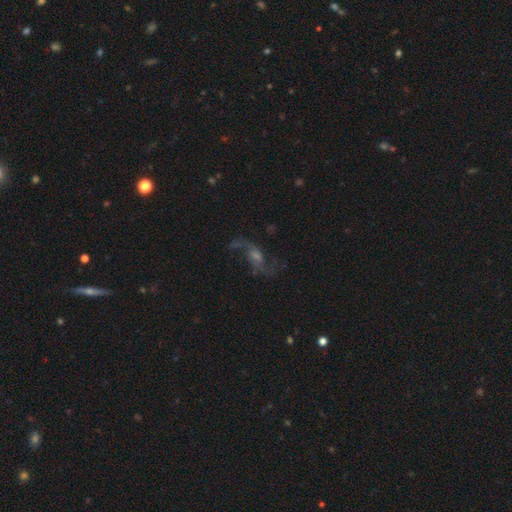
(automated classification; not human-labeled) Smooth or featured: featured or disk — 73% (star or artifact — 15%)
Edge-on disk: no — 93% (yes — 7%)
Bar: no — 50% (weak — 40%)
Spiral arms: yes — 91% (no — 9%)
Spiral winding: loose — 82% (medium — 15%)
Spiral arm count: 2 — 89% (can't tell — 4%)
Bulge size: moderate — 41% (small — 33%)
Merging: none — 64% (major disturbance — 17%)